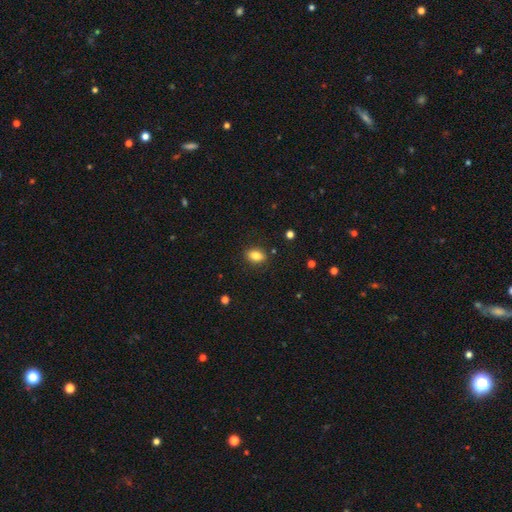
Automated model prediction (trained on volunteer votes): This appears to be a smooth galaxy with no disk features (83%) that is in between round and cigar-shaped (79%). Merging: none (86%).